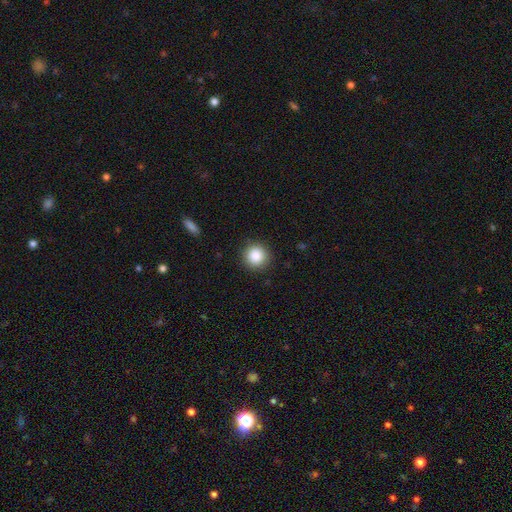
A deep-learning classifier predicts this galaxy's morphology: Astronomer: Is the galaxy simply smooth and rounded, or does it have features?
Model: smooth — 87%.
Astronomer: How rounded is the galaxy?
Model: round — 94%.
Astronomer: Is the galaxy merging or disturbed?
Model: none — 90%.